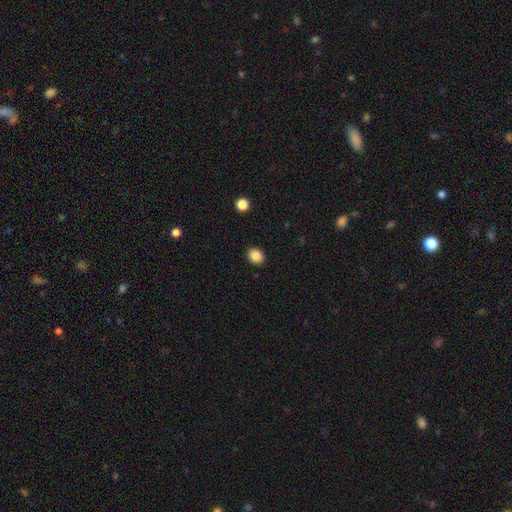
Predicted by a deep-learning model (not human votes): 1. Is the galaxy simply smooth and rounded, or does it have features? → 86% smooth, 10% star or artifact, 4% featured or disk.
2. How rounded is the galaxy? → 58% round, 41% in between, 1% cigar-shaped.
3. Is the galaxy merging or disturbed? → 91% none, 6% minor disturbance, 2% major disturbance, 1% merger.